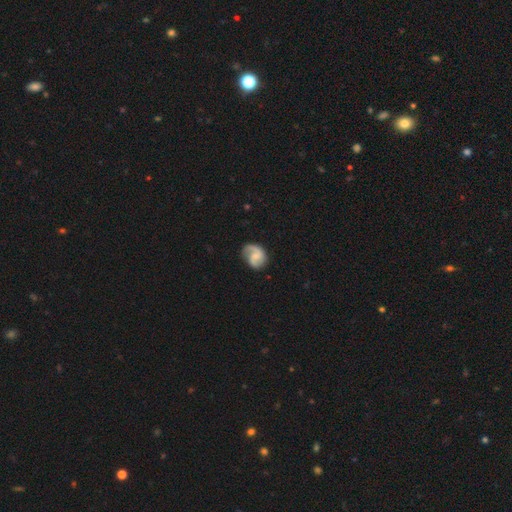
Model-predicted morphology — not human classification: Smooth or featured?
  - featured or disk: 77% *
  - smooth: 18%
  - star or artifact: 5%
Edge-on disk?
  - no: 98% *
  - yes: 2%
Bar?
  - no: 51% *
  - weak: 42%
  - strong: 7%
Spiral arms?
  - yes: 95% *
  - no: 5%
Spiral winding?
  - medium: 46% *
  - loose: 34%
  - tight: 20%
Spiral arm count?
  - 2: 75% *
  - 1: 18%
  - can't tell: 4%
  - 3: 1%
  - 4: 1%
  - more than 4: 1%
Bulge size?
  - small: 51% *
  - moderate: 27%
  - none: 19%
  - large: 2%
  - dominant: 1%
Merging?
  - none: 69% *
  - minor disturbance: 21%
  - major disturbance: 9%
  - merger: 2%